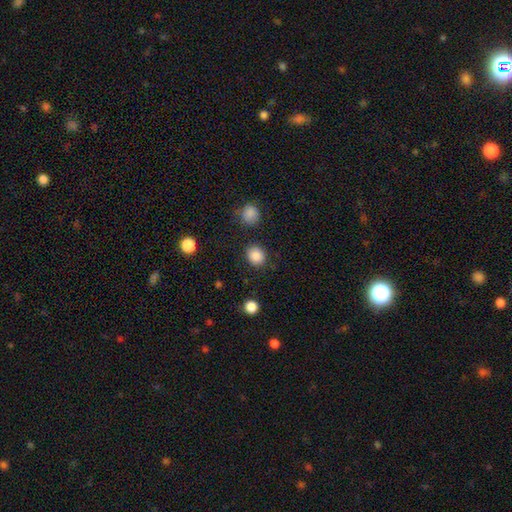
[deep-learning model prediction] Morphology: type=smooth (87%); roundness=round (77%); merging=none (87%).